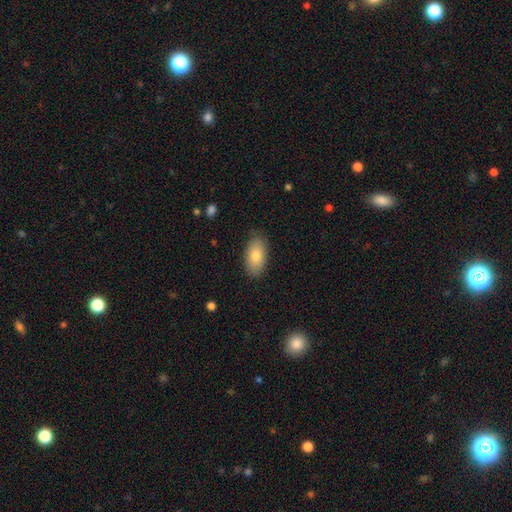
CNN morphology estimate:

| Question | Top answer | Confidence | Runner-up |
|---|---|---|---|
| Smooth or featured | smooth | 80% | featured or disk (13%) |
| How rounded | in between | 93% | round (3%) |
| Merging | none | 84% | minor disturbance (12%) |